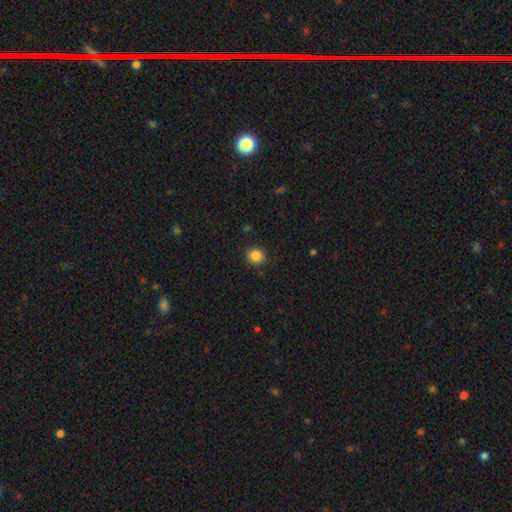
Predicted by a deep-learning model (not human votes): The model was most divided on "smooth or featured": smooth: 85%, star or artifact: 11%, featured or disk: 4%. More confident: how rounded — round (90%); merging — none (89%).